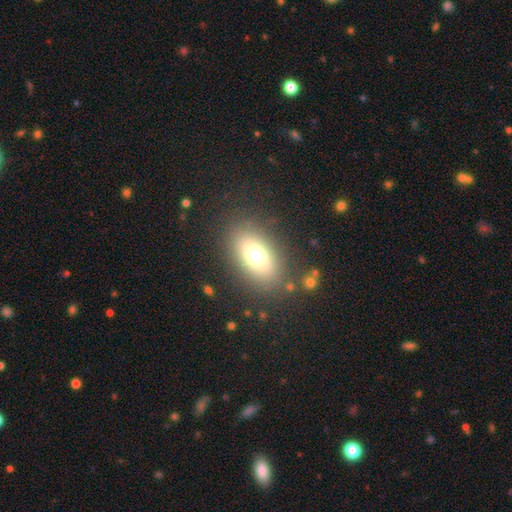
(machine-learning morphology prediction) This is likely a smooth galaxy (69%). How rounded: likely in between (76%). Merging: clearly none (83%).